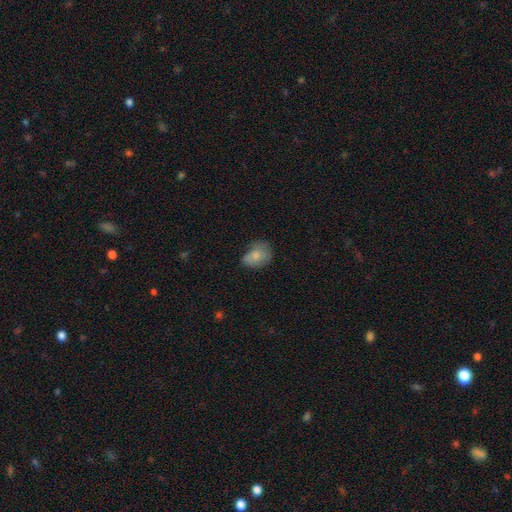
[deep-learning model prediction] Smooth or featured?
  - smooth: 75% *
  - featured or disk: 16%
  - star or artifact: 8%
How rounded?
  - in between: 65% *
  - round: 34%
  - cigar-shaped: 1%
Merging?
  - none: 47% *
  - minor disturbance: 37%
  - major disturbance: 15%
  - merger: 2%